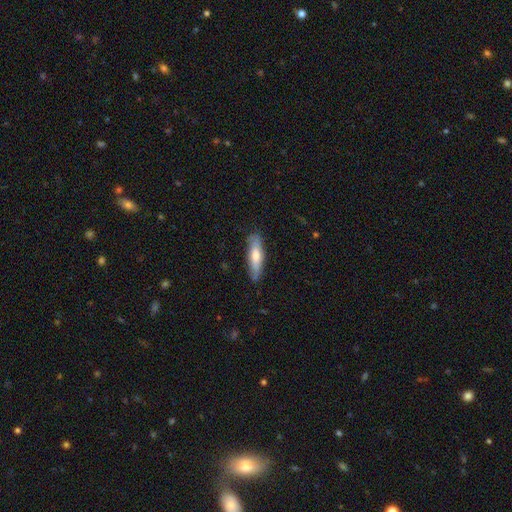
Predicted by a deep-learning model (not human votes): This is likely a smooth galaxy (62%). How rounded: likely cigar-shaped (67%). Merging: clearly none (82%).